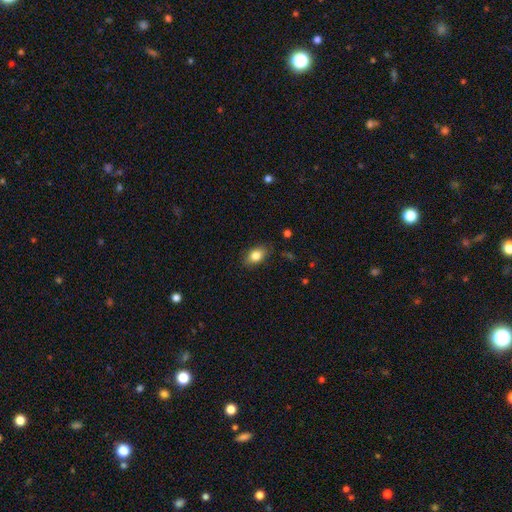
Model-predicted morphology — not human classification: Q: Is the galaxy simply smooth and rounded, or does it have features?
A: smooth — 82%.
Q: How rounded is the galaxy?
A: in between — 82%.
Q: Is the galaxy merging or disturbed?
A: none — 84%.